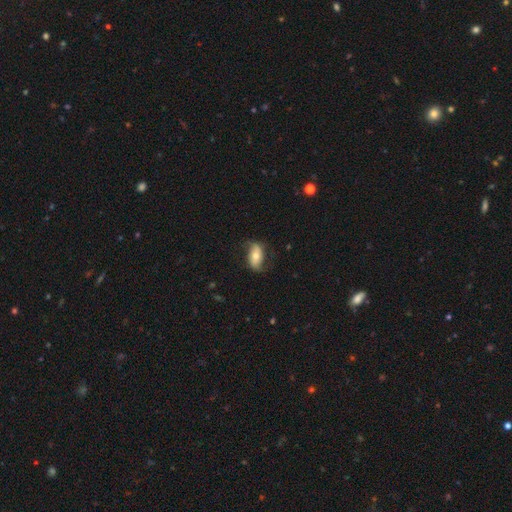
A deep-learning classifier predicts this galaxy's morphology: Overall: smooth (48%; featured or disk 45%). Merging: none (66%).